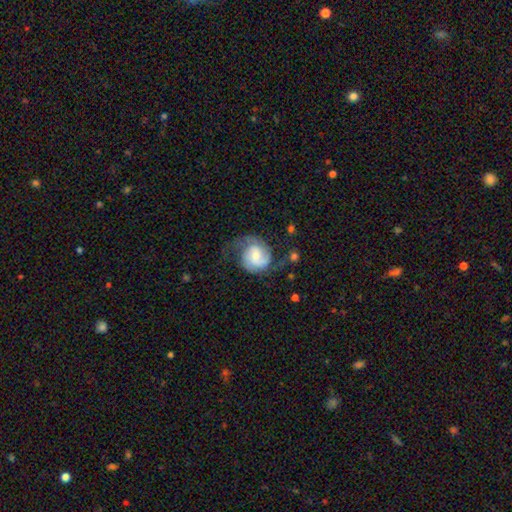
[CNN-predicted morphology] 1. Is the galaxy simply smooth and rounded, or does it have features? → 70% featured or disk, 24% smooth, 6% star or artifact.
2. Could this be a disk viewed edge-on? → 98% no, 2% yes.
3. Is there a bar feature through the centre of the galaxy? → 47% no, 43% weak, 10% strong.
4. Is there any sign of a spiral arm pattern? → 92% yes, 8% no.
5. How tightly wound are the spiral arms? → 43% medium, 33% tight, 24% loose.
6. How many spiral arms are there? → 68% 2, 12% can't tell, 12% 1, 5% 3, 2% 4, 2% more than 4.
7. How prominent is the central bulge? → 45% small, 44% moderate, 6% large, 4% none, 1% dominant.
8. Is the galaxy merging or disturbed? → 48% none, 25% major disturbance, 24% minor disturbance, 3% merger.